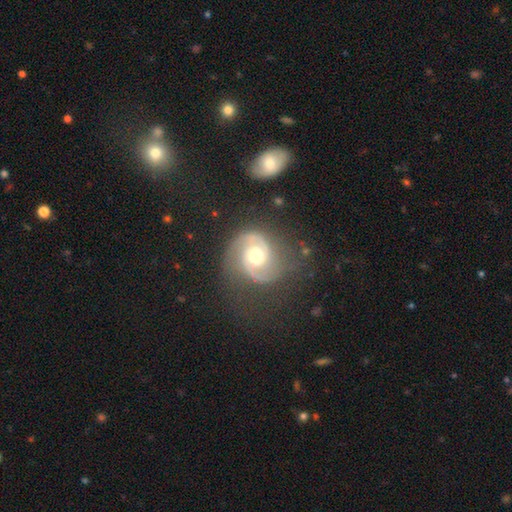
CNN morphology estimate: Smooth or featured?
  - featured or disk: 89% *
  - smooth: 6%
  - star or artifact: 5%
Edge-on disk?
  - no: 98% *
  - yes: 2%
Bar?
  - no: 66% *
  - weak: 28%
  - strong: 7%
Spiral arms?
  - yes: 98% *
  - no: 2%
Spiral winding?
  - medium: 52% *
  - tight: 37%
  - loose: 11%
Spiral arm count?
  - 2: 92% *
  - can't tell: 2%
  - 1: 2%
  - 3: 2%
  - 4: 1%
  - more than 4: 1%
Bulge size?
  - moderate: 74% *
  - small: 15%
  - large: 10%
  - dominant: 1%
  - none: 1%
Merging?
  - none: 74% *
  - minor disturbance: 17%
  - major disturbance: 7%
  - merger: 2%